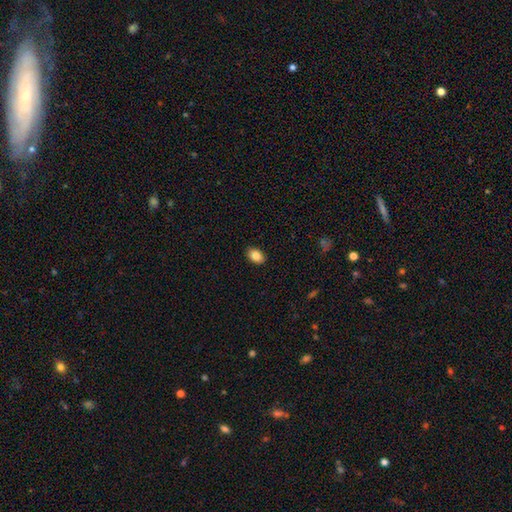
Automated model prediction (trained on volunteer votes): Morphology: type=smooth (84%); roundness=in between (83%); merging=none (90%).